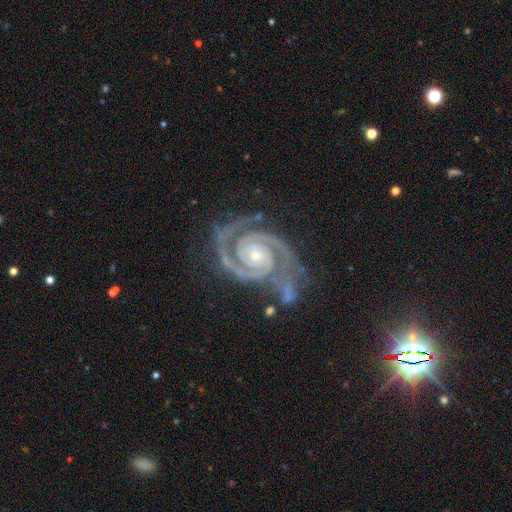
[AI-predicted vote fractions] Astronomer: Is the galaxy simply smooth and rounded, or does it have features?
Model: featured or disk — 94%.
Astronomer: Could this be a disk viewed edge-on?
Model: no — 98%.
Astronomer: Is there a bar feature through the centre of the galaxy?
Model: no — 68%.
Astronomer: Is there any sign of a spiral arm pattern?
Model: yes — 99%.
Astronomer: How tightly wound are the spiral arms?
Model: tight — 75%.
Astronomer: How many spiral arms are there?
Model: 2 — 88%.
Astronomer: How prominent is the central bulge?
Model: small — 63%.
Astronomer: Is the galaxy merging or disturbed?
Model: none — 66%.